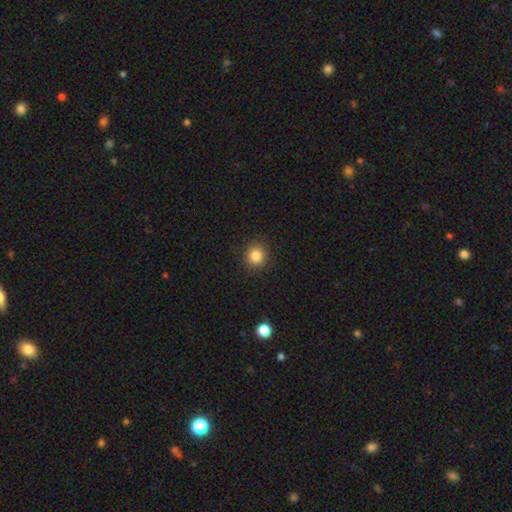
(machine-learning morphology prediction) Q: Smooth or featured?
A: smooth (84%); runner-up: star or artifact (11%)
Q: How rounded?
A: round (91%); runner-up: in between (8%)
Q: Merging?
A: none (90%); runner-up: minor disturbance (7%)